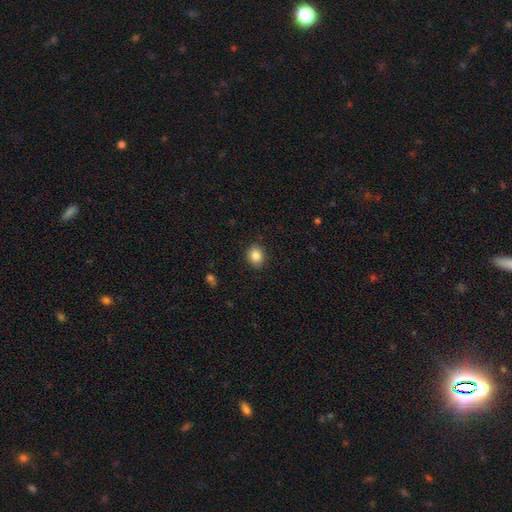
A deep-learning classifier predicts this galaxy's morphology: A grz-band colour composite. It shows a smooth galaxy with no disk features (86%) that is round (53%). Merging: none (88%).